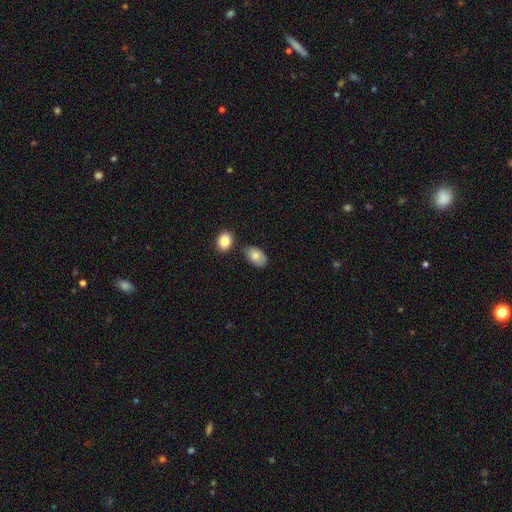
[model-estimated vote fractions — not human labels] This appears to be a smooth galaxy with no disk features (81%) that is in between round and cigar-shaped (91%). Merging: none (72%).